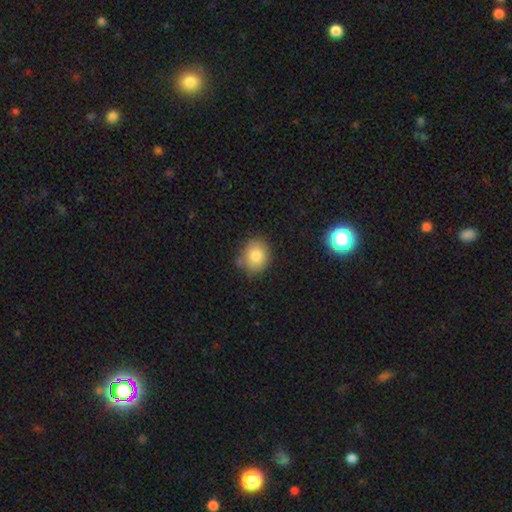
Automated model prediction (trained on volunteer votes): The model was most divided on "how rounded": round: 69%, in between: 30%, cigar-shaped: 1%. More confident: smooth or featured — smooth (82%); merging — none (76%).